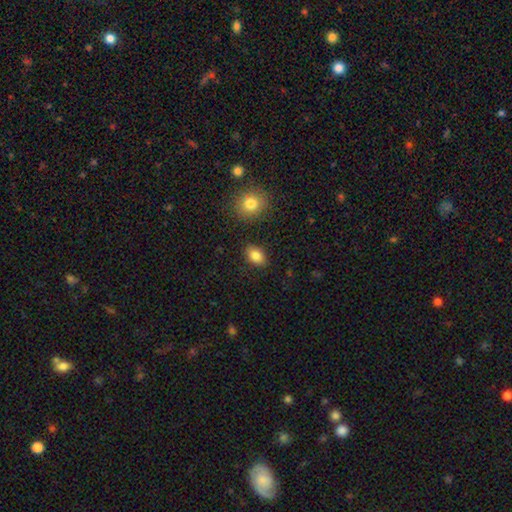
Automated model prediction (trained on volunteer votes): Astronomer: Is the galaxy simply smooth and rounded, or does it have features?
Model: smooth — 85%.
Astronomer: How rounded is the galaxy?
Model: in between — 86%.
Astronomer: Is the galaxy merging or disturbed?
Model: none — 86%.